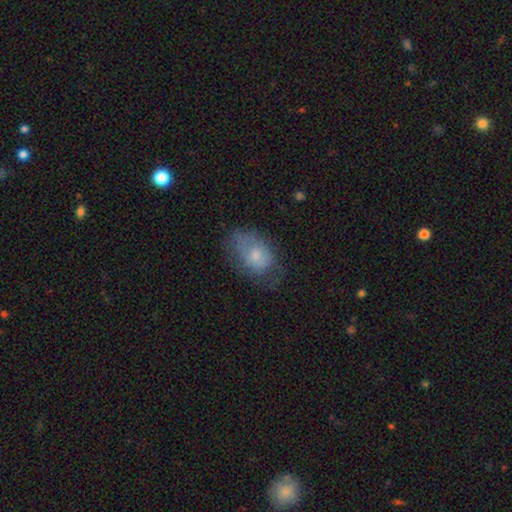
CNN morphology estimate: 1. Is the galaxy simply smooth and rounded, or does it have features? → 65% smooth, 27% featured or disk, 9% star or artifact.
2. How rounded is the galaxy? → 83% in between, 16% round, 1% cigar-shaped.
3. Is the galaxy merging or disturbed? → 46% none, 30% minor disturbance, 22% major disturbance, 2% merger.